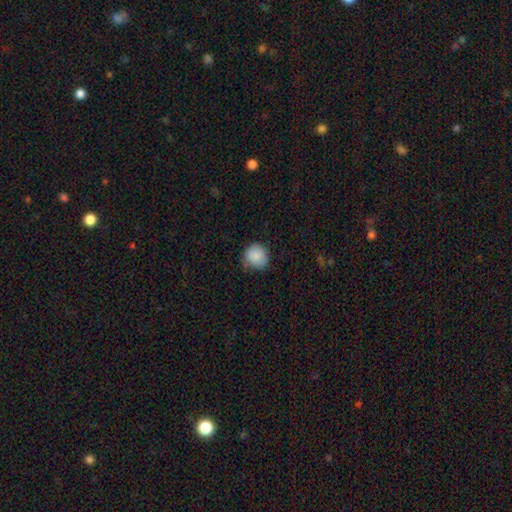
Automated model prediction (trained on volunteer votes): Morphology: type=smooth (87%); roundness=round (89%); merging=none (74%).